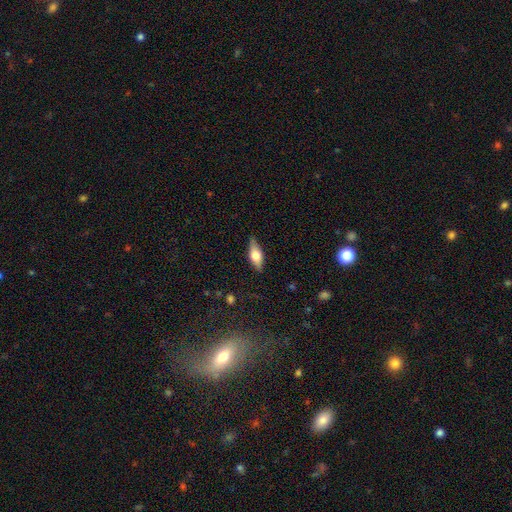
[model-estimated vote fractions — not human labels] Smooth or featured? Predicted: smooth (p=0.59). How rounded? Predicted: in between (p=0.72). Merging? Predicted: none (p=0.82).